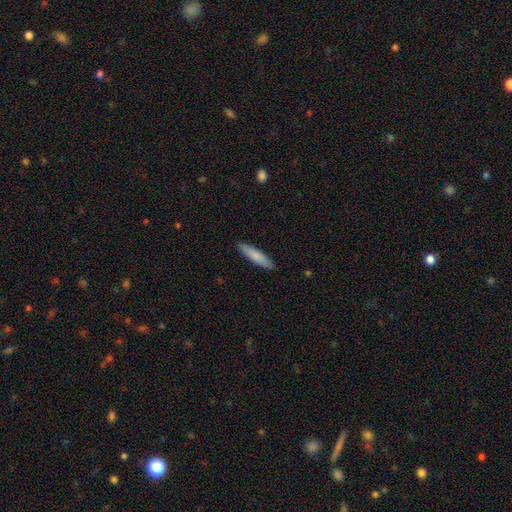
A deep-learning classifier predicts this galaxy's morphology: A smooth galaxy with no disk features (81%) that is cigar-shaped (82%). Merging: none (90%).